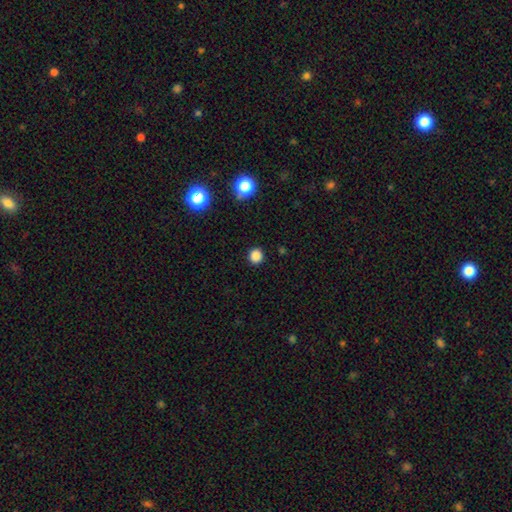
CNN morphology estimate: Smooth or featured: smooth — 84% (star or artifact — 13%)
How rounded: round — 92% (in between — 7%)
Merging: none — 91% (minor disturbance — 6%)